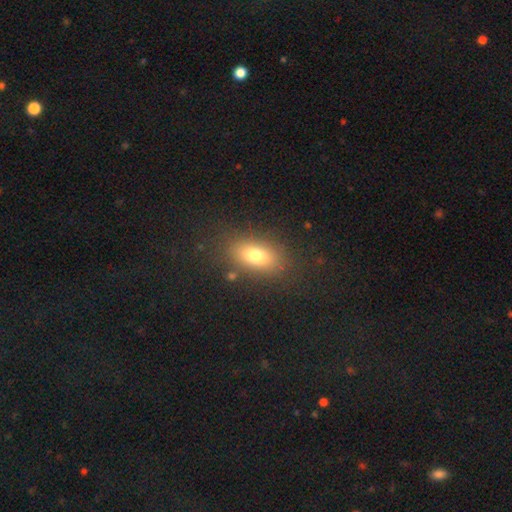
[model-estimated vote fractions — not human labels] smooth_or_featured: smooth (p=0.74) [alt: featured or disk p=0.14]
how_rounded: in between (p=0.82) [alt: round p=0.12]
merging: none (p=0.82) [alt: minor disturbance p=0.11]